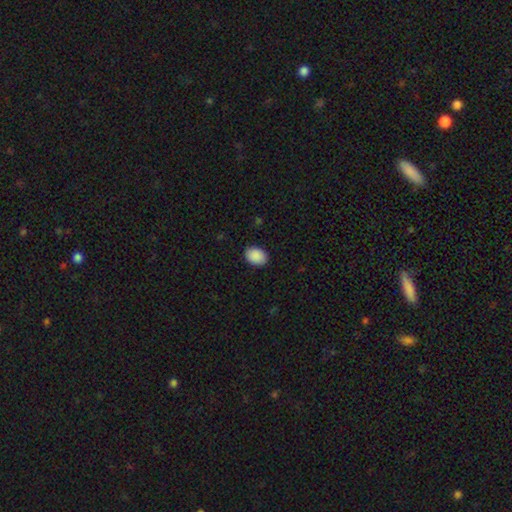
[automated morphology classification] Smooth or featured? Predicted: smooth (p=0.91). How rounded? Predicted: in between (p=0.73). Merging? Predicted: none (p=0.88).